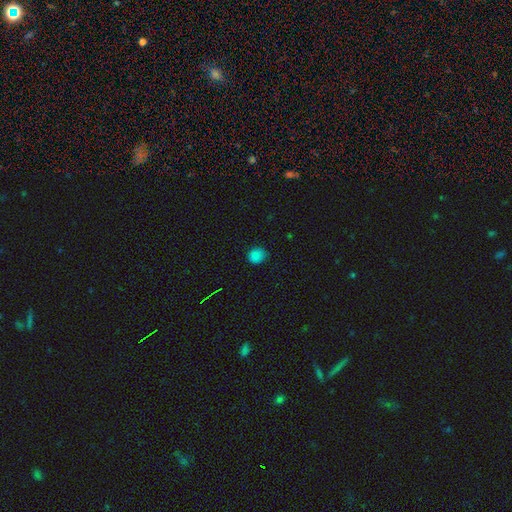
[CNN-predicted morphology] Smooth or featured? smooth (80%)
How rounded? round (76%)
Merging? none (77%)